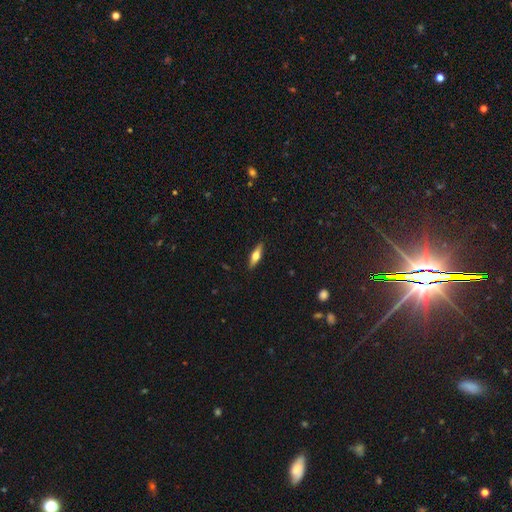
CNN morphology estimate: smooth 47% (tied), featured or disk 47% (tied), star or artifact 6%. Down the decision tree: merging — none (89%).